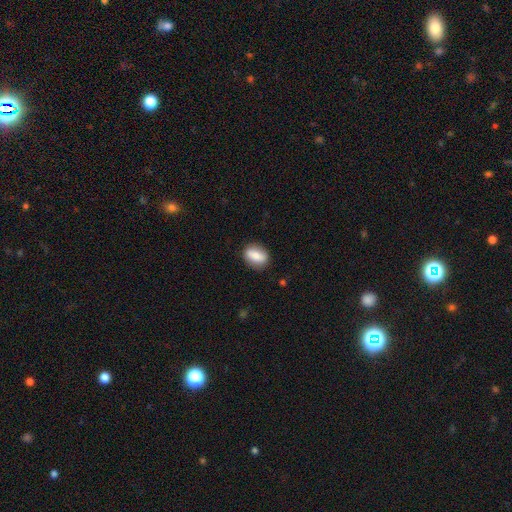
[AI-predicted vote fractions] Smooth or featured? smooth (72%)
How rounded? in between (68%)
Merging? none (85%)